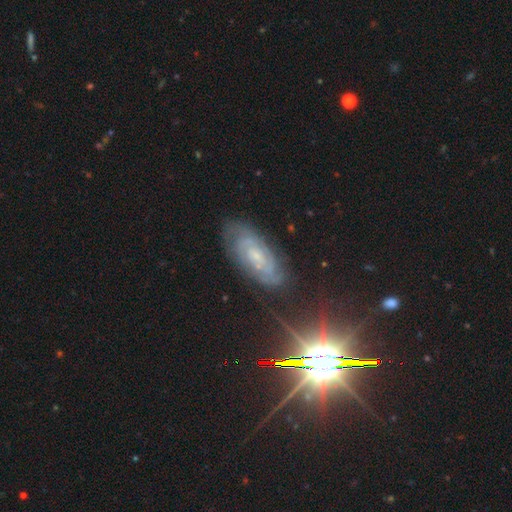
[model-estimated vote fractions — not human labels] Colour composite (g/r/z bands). It shows a featured or disk galaxy (59%) with no bar (54%), spiral arms (86%) and a small central bulge (70%). Merging: none (78%).